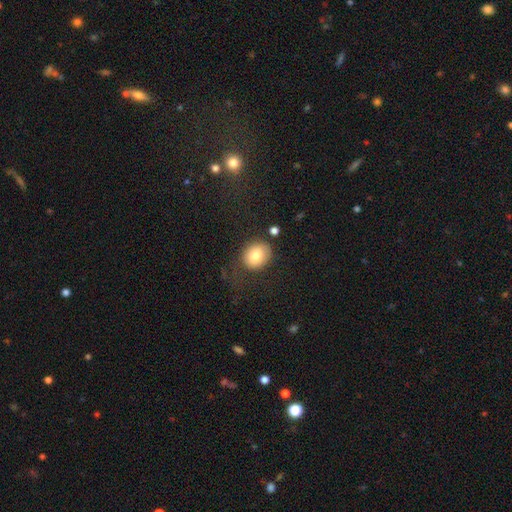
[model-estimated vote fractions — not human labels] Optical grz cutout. It shows a smooth galaxy with no disk features (80%) that is round (57%). Merging: none (66%).